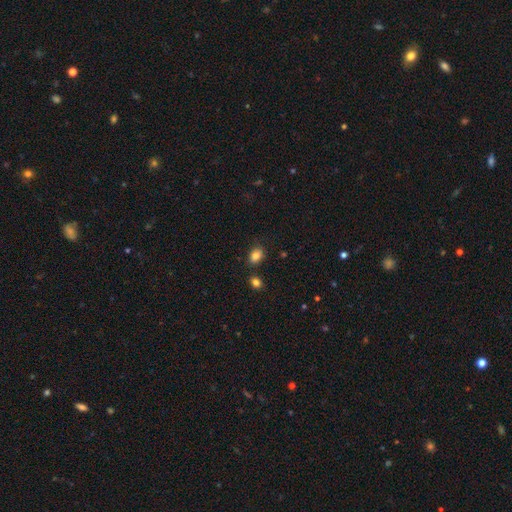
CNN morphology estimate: Q: Smooth or featured?
A: smooth (83%); runner-up: star or artifact (10%)
Q: How rounded?
A: in between (74%); runner-up: round (25%)
Q: Merging?
A: none (77%); runner-up: minor disturbance (13%)